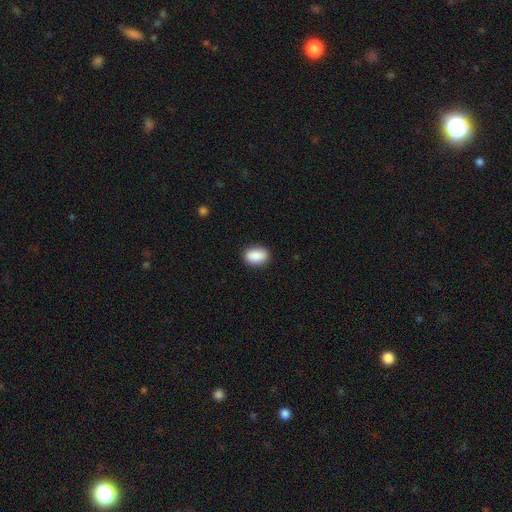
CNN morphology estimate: type=smooth (89%); roundness=in between (83%); merging=none (88%).